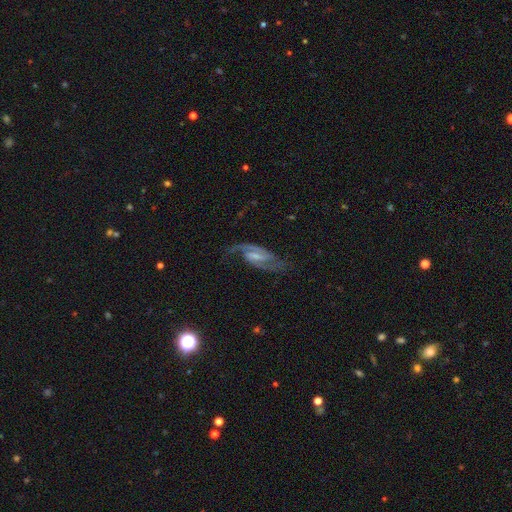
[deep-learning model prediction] Overall: featured or disk (90%). Edge-on disk: no (96%). Bar: weak (46%; strong 40%). Spiral arms: yes (97%). Spiral arm count: 2 (93%). Spiral winding: medium (55%; loose 29%). Bulge size: small (49%; moderate 27%). Merging: none (75%).